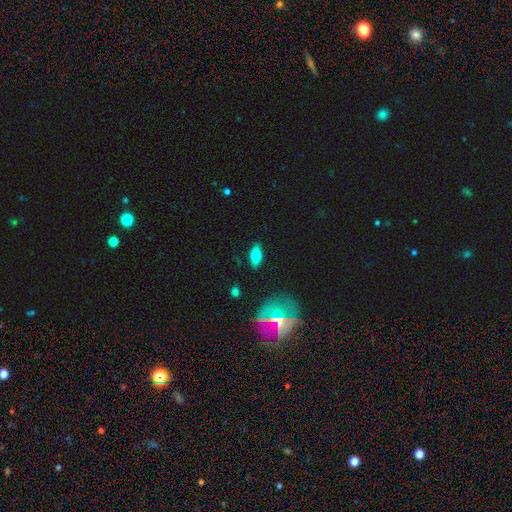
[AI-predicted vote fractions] Smooth or featured?
  - smooth: 68% *
  - featured or disk: 19%
  - star or artifact: 13%
How rounded?
  - in between: 77% *
  - cigar-shaped: 20%
  - round: 4%
Merging?
  - none: 87% *
  - minor disturbance: 9%
  - major disturbance: 2%
  - merger: 1%